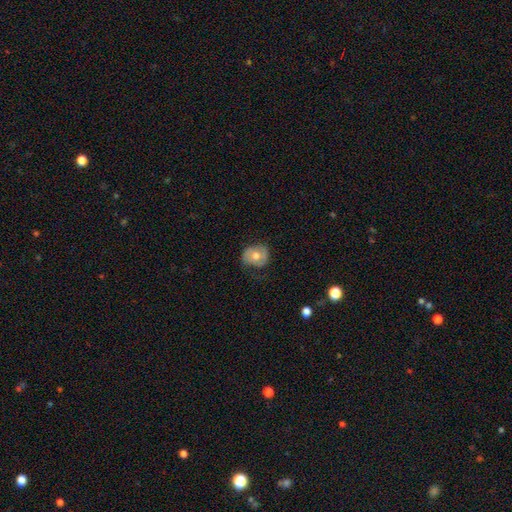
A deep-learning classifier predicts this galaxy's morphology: A smooth galaxy with no disk features (54%) that is round (63%).

Vote fractions:
- Smooth or featured? smooth: 54% / featured or disk: 38% / star or artifact: 8%
- How rounded? round: 63% / in between: 36% / cigar-shaped: 1%
- Merging? none: 63% / minor disturbance: 26% / major disturbance: 10% / merger: 1%